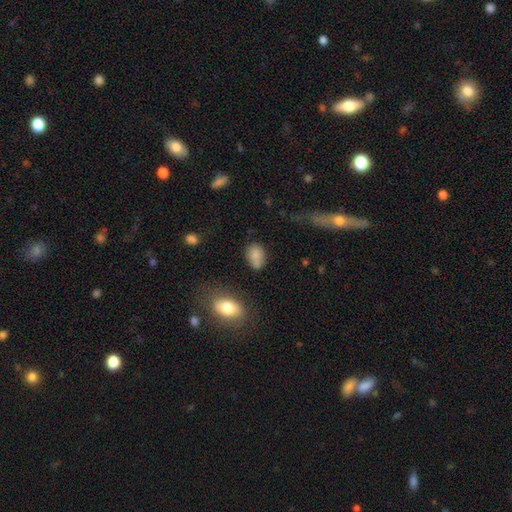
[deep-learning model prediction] smooth-or-featured: smooth: 81% | star or artifact: 10% | featured or disk: 9%
  how-rounded: in between: 80% | round: 19% | cigar-shaped: 2%
  merging: none: 61% | minor disturbance: 21% | merger: 11% | major disturbance: 7%